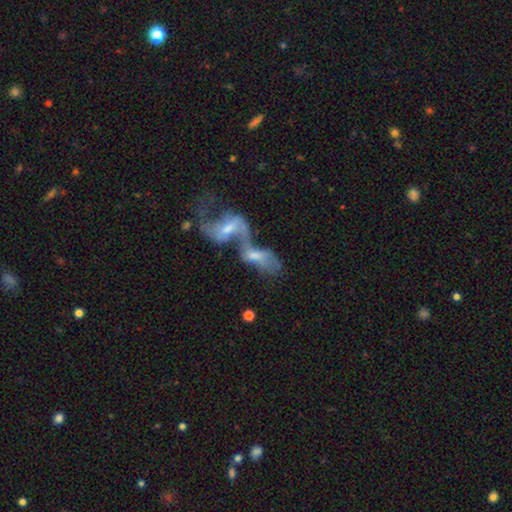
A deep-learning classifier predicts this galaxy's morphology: This appears to be a featured or disk galaxy (51%). Merging: merger (80%).